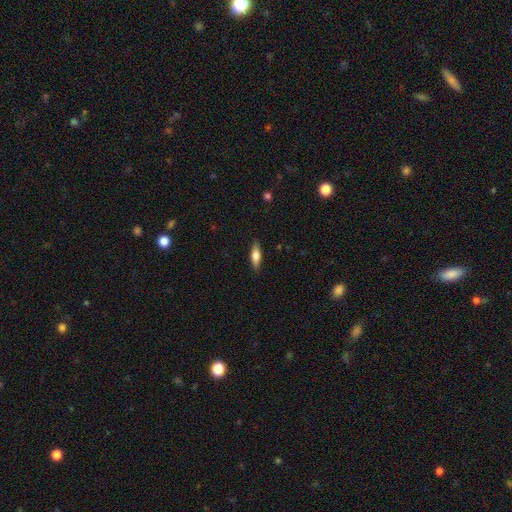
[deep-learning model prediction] A smooth galaxy with no disk features (60%) that is cigar-shaped (50%). Merging: none (87%).